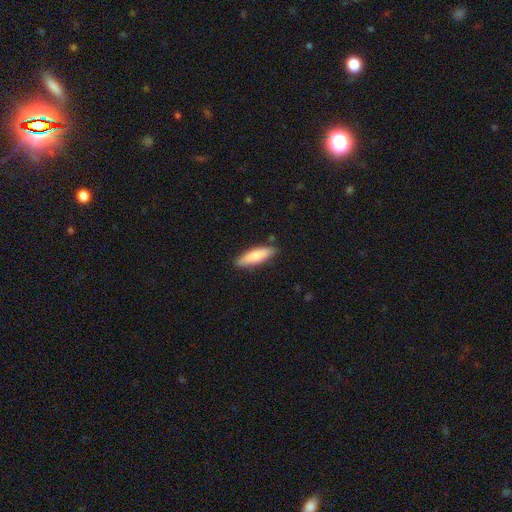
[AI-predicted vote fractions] smooth-or-featured: smooth: 82% | featured or disk: 13% | star or artifact: 5%
  how-rounded: cigar-shaped: 57% | in between: 41% | round: 2%
  merging: none: 85% | minor disturbance: 11% | major disturbance: 2% | merger: 2%